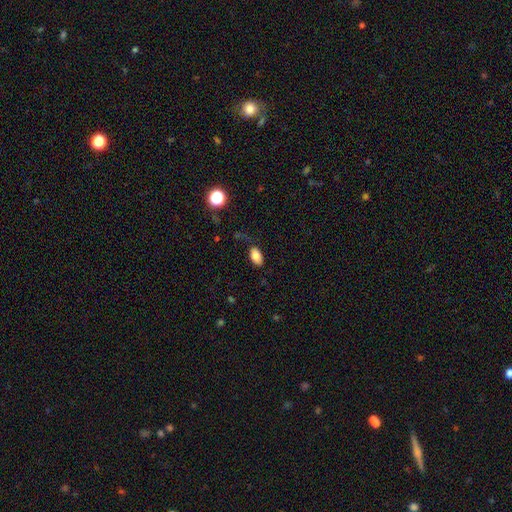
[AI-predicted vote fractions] This appears to be a smooth galaxy with no disk features (82%) that is in between round and cigar-shaped (92%). Merging: none (73%).